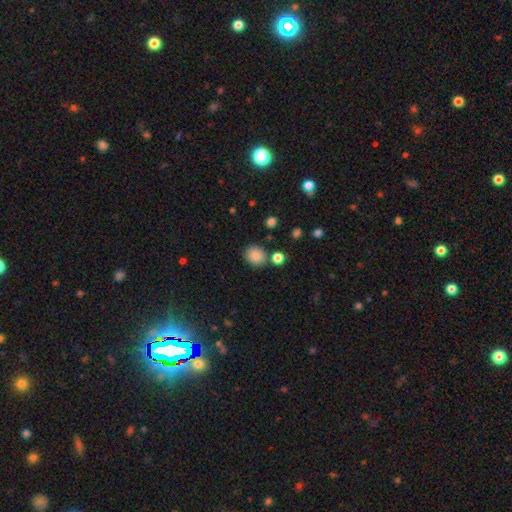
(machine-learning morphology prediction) Q: Smooth or featured?
A: smooth (86%); runner-up: star or artifact (10%)
Q: How rounded?
A: round (75%); runner-up: in between (25%)
Q: Merging?
A: none (78%); runner-up: minor disturbance (10%)